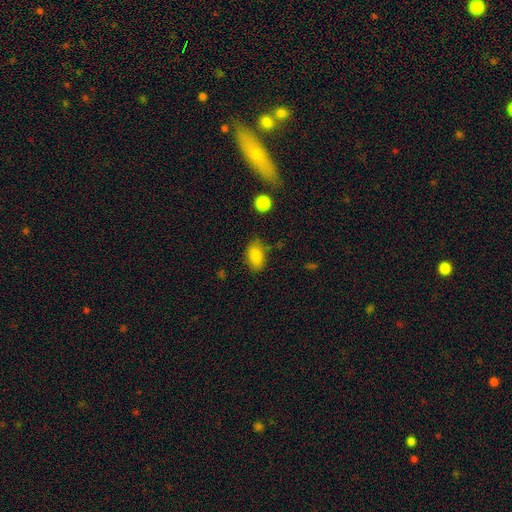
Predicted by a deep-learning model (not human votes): A smooth galaxy with no disk features (85%) that is in between round and cigar-shaped (89%). Merging: none (73%).